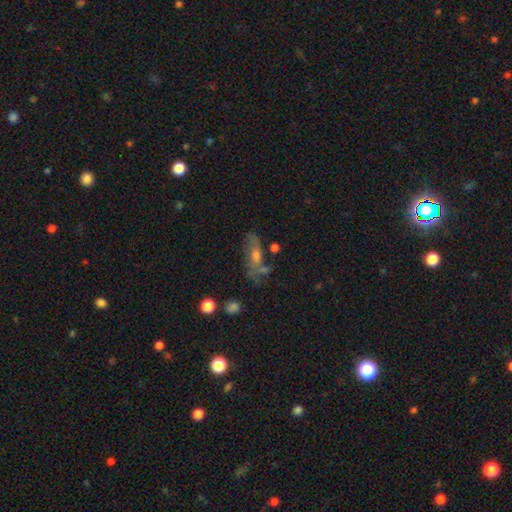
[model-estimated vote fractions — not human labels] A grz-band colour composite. It shows a featured or disk galaxy (49%). Merging: none (50%).